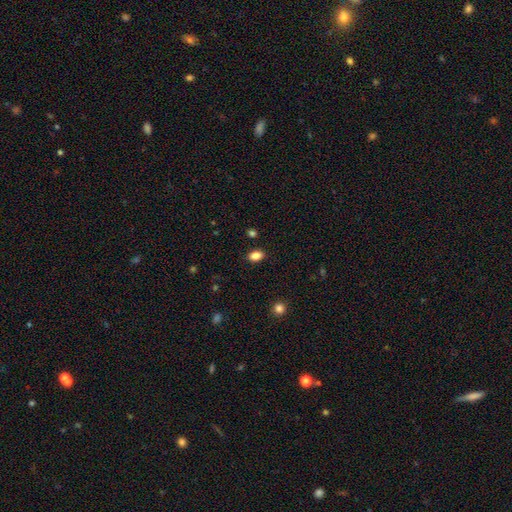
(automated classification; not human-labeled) Smooth or featured? Predicted: smooth (p=0.85). How rounded? Predicted: in between (p=0.84). Merging? Predicted: none (p=0.87).